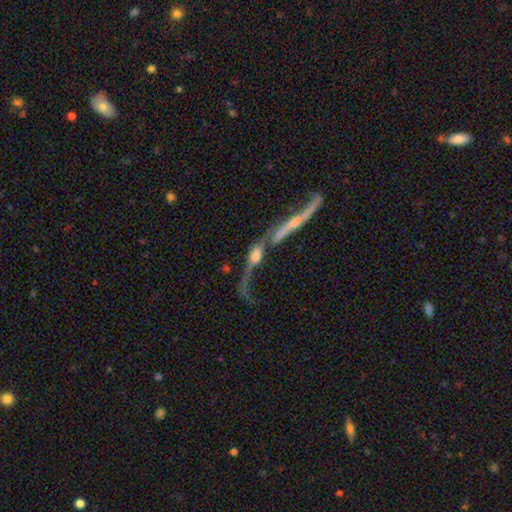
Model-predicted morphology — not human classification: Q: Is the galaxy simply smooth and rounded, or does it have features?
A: featured or disk — 57%.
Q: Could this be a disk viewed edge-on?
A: yes — 54%.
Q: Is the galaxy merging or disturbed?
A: merger — 63%.